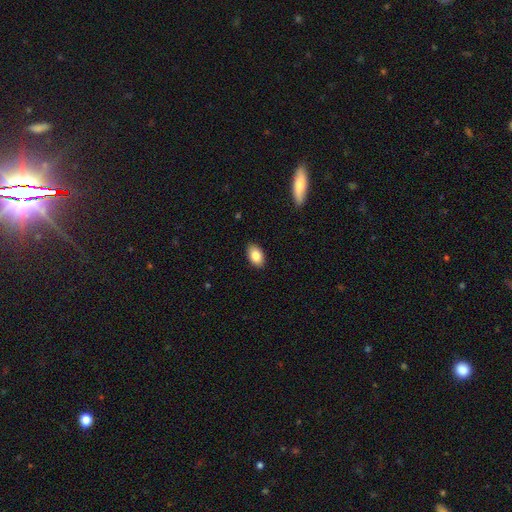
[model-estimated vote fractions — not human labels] Smooth or featured: smooth — 85% (featured or disk — 8%)
How rounded: in between — 91% (round — 7%)
Merging: none — 89% (minor disturbance — 8%)